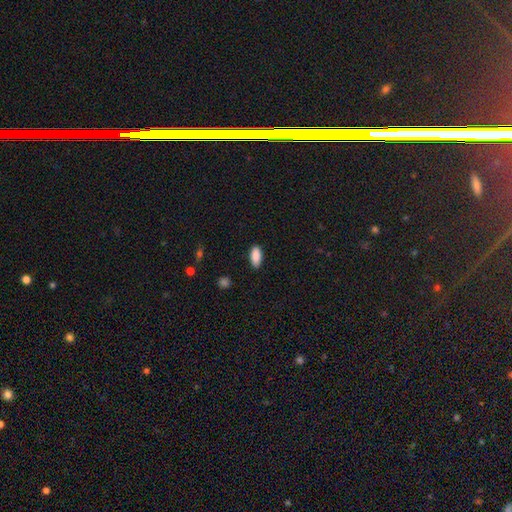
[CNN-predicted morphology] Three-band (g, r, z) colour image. It shows a smooth galaxy with no disk features (89%) that is in between round and cigar-shaped (87%). Merging: none (86%).